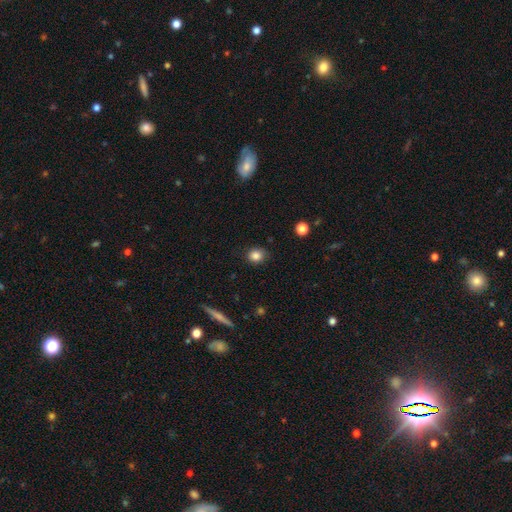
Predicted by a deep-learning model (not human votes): Overall: smooth (84%). How rounded: round (75%). Merging: none (84%).